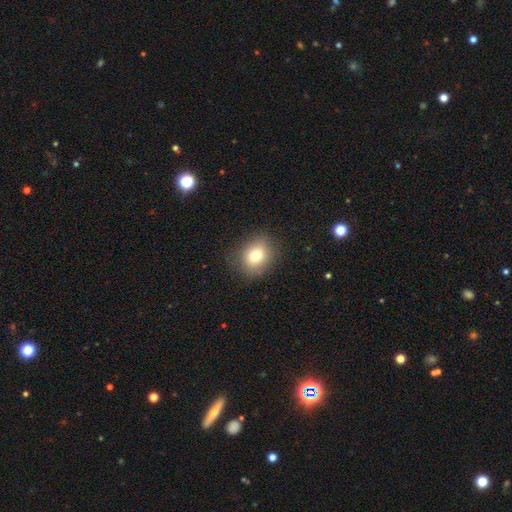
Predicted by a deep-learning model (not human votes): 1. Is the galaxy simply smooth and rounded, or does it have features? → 77% smooth, 12% featured or disk, 11% star or artifact.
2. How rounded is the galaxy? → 54% round, 45% in between, 1% cigar-shaped.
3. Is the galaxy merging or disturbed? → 84% none, 11% minor disturbance, 4% major disturbance, 1% merger.